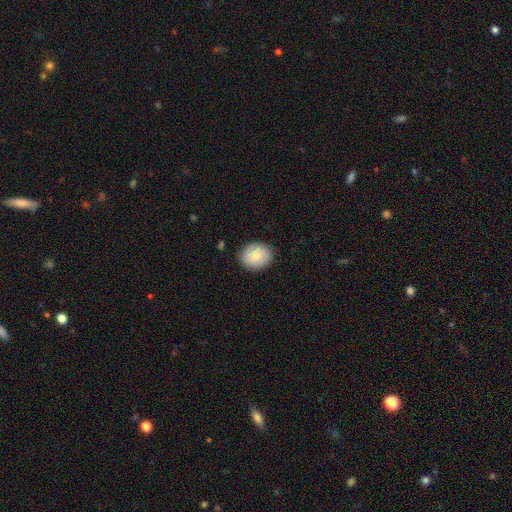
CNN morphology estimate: This is likely a smooth galaxy (66%). How rounded: likely round (68%). Merging: clearly none (86%).